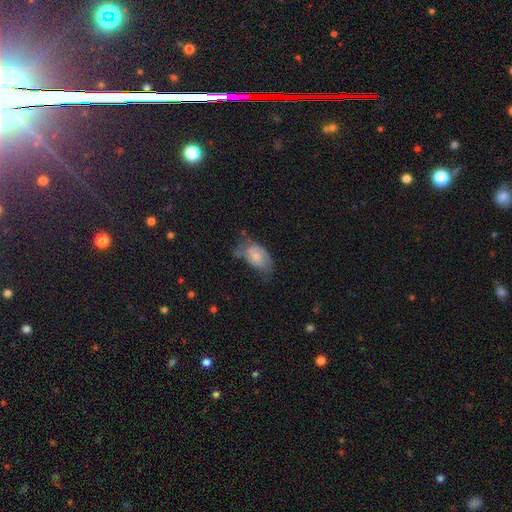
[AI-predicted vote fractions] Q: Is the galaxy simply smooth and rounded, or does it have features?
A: smooth — 55%.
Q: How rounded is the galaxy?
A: in between — 91%.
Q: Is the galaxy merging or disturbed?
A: minor disturbance — 38%.